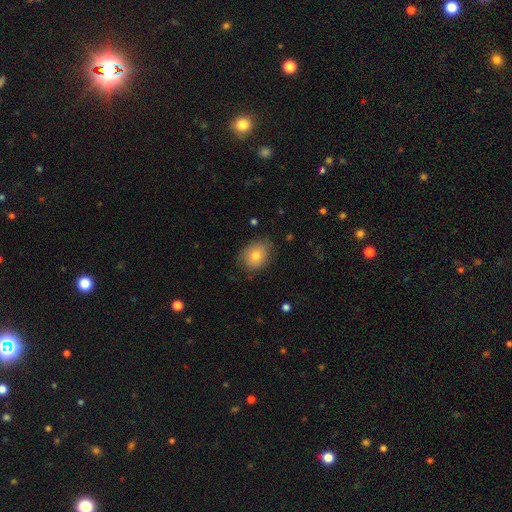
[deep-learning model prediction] Smooth or featured? Predicted: smooth (p=0.78). How rounded? Predicted: in between (p=0.52). Merging? Predicted: none (p=0.75).